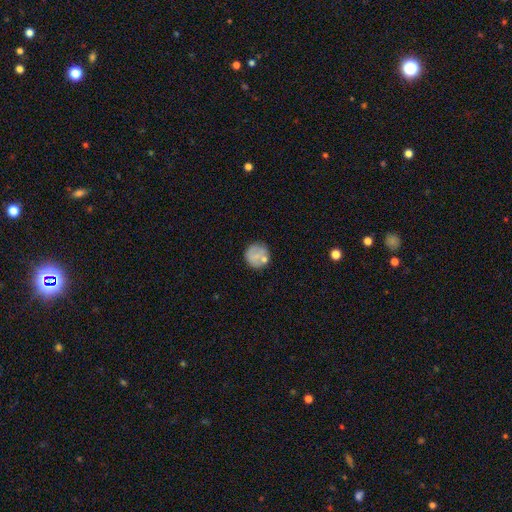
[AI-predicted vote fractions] smooth_or_featured: smooth (p=0.70) [alt: featured or disk p=0.21]
how_rounded: round (p=0.92) [alt: in between p=0.07]
merging: none (p=0.71) [alt: minor disturbance p=0.15]